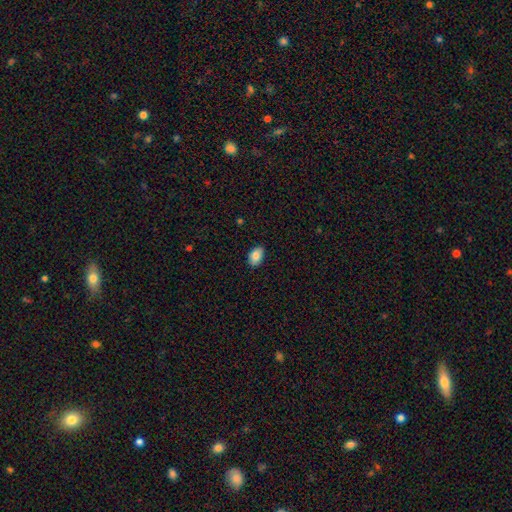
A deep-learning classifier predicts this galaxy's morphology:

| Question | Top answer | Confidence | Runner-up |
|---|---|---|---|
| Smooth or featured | smooth | 84% | featured or disk (9%) |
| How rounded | in between | 89% | round (10%) |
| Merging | none | 84% | minor disturbance (13%) |